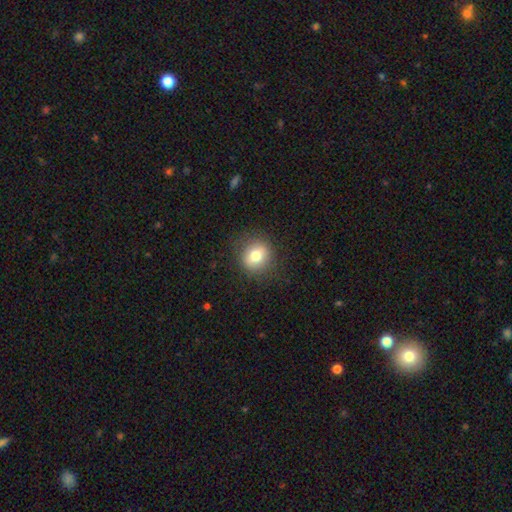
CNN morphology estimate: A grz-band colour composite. It shows a smooth galaxy with no disk features (76%) that is round (80%). Merging: none (85%).